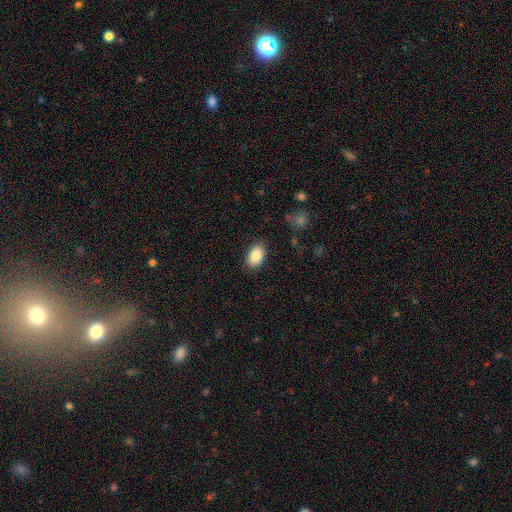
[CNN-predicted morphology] Q: Smooth or featured?
A: smooth (88%); runner-up: star or artifact (7%)
Q: How rounded?
A: in between (90%); runner-up: round (9%)
Q: Merging?
A: none (86%); runner-up: minor disturbance (10%)